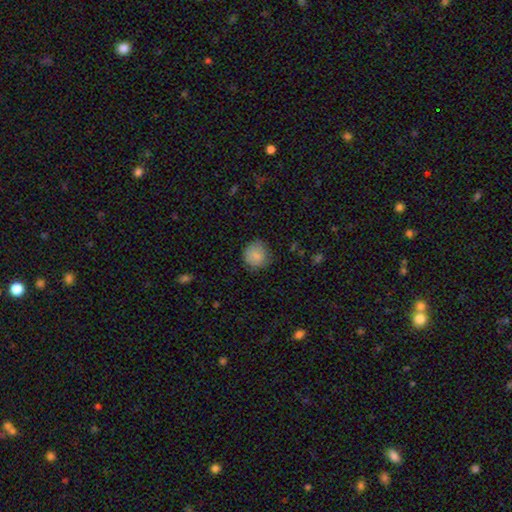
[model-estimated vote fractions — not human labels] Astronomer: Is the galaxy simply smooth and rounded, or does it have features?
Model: smooth — 84%.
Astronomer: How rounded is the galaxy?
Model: round — 91%.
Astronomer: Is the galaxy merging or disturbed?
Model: none — 75%.